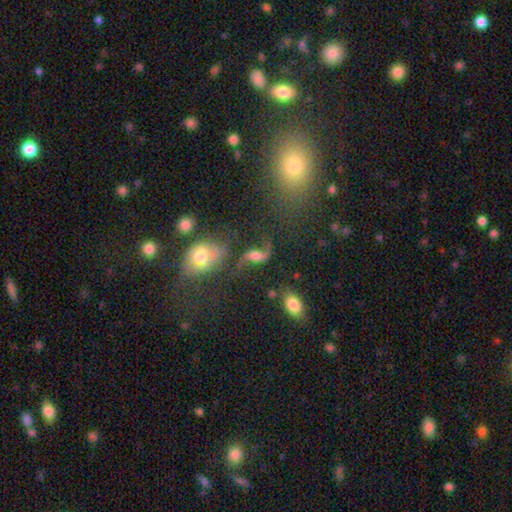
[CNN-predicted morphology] This appears to be a featured or disk galaxy (72%) with no bar (44%), 2 (91%) loose (85%) spiral arms (92%) and a moderate central bulge (41%). Merging: none (54%).